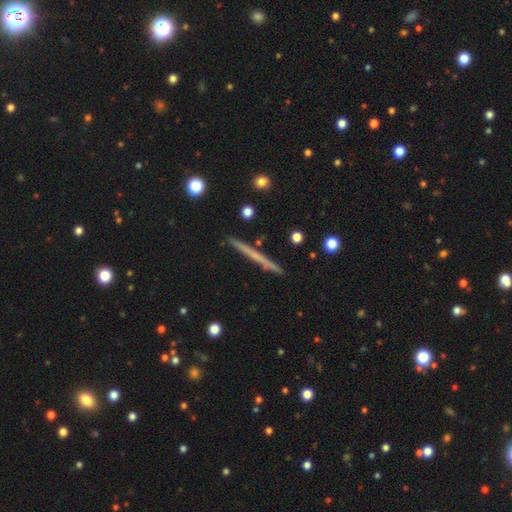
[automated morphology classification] type=featured or disk (48%); merging=none (91%).